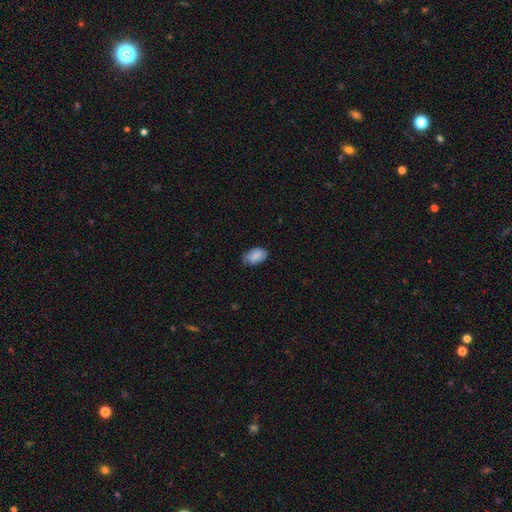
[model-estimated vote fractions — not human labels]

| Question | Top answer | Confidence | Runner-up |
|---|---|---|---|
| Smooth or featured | smooth | 82% | featured or disk (11%) |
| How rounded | in between | 92% | round (7%) |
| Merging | none | 72% | minor disturbance (23%) |